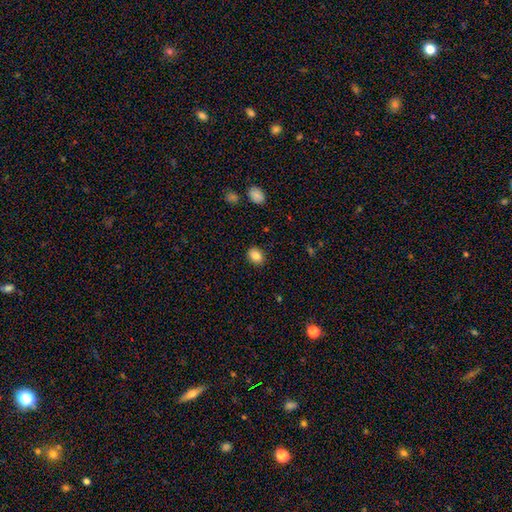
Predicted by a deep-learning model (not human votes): This appears to be a smooth galaxy with no disk features (85%) that is in between round and cigar-shaped (50%). Merging: none (88%).